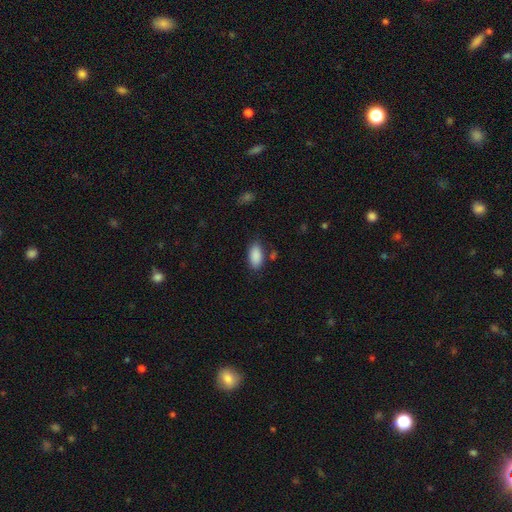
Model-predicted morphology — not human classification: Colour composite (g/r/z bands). It shows a smooth galaxy with no disk features (89%) that is in between round and cigar-shaped (93%). Merging: none (81%).